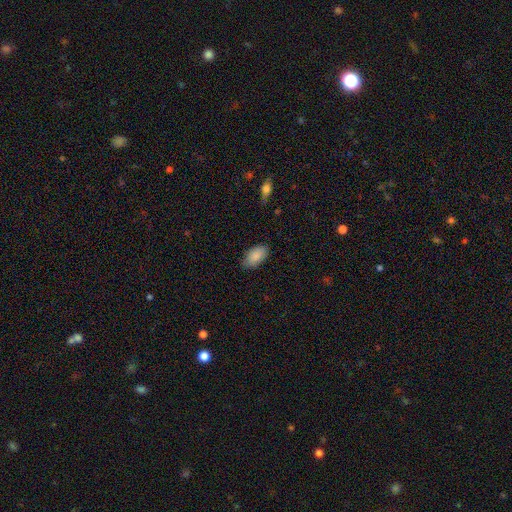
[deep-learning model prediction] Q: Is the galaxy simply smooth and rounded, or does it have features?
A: smooth — 88%.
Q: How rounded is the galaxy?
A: in between — 94%.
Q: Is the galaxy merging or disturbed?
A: none — 80%.